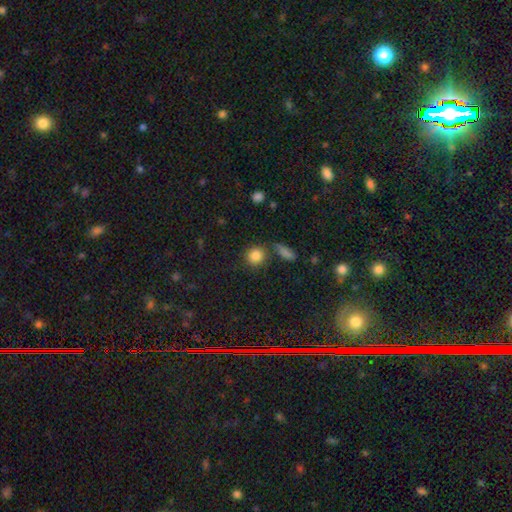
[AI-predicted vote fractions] This appears to be a smooth galaxy with no disk features (84%) that is round (85%). Merging: none (74%).